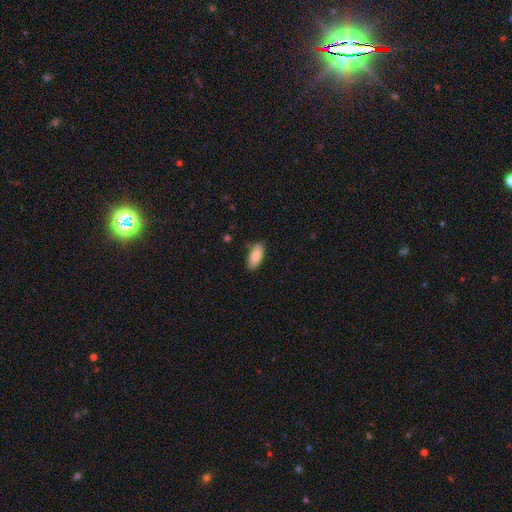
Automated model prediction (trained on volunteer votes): A smooth galaxy with no disk features (85%) that is in between round and cigar-shaped (87%). Merging: none (79%).